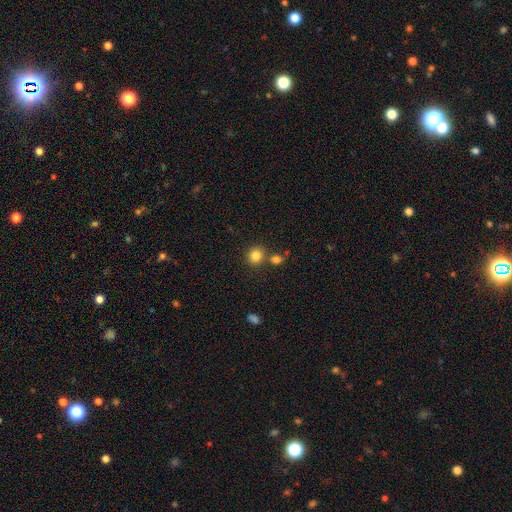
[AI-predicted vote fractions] smooth_or_featured: smooth (p=0.83) [alt: star or artifact p=0.11]
how_rounded: round (p=0.88) [alt: in between p=0.11]
merging: none (p=0.73) [alt: merger p=0.16]